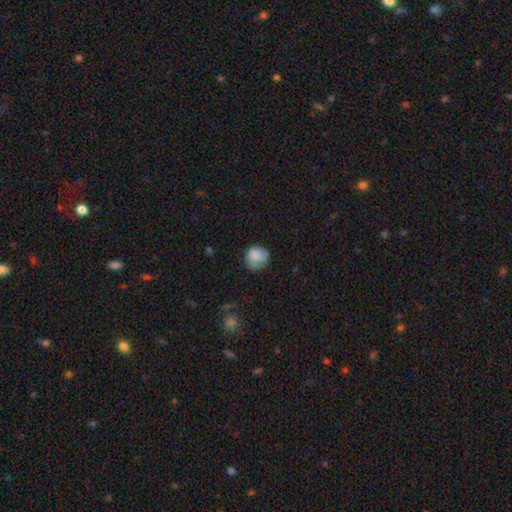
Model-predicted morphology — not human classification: smooth 84%, featured or disk 8%, star or artifact 8%. Down the decision tree: how rounded — round (82%); merging — none (63%).